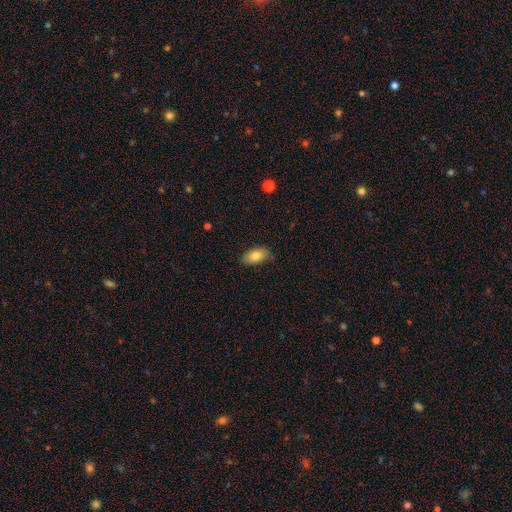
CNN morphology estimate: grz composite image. It shows a smooth galaxy with no disk features (80%) that is in between round and cigar-shaped (92%). Merging: none (77%).